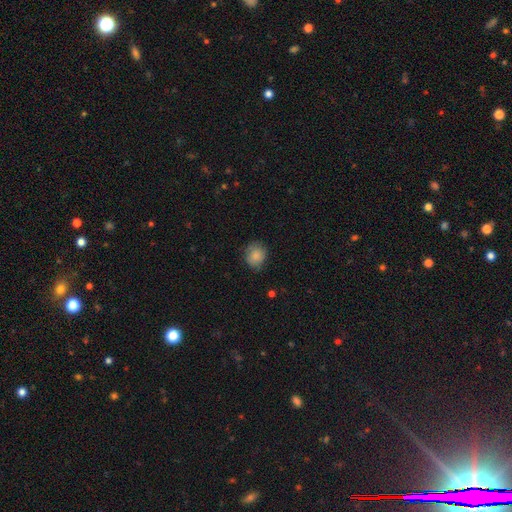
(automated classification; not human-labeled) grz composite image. It shows a smooth galaxy with no disk features (84%) that is round (75%). Merging: none (72%).